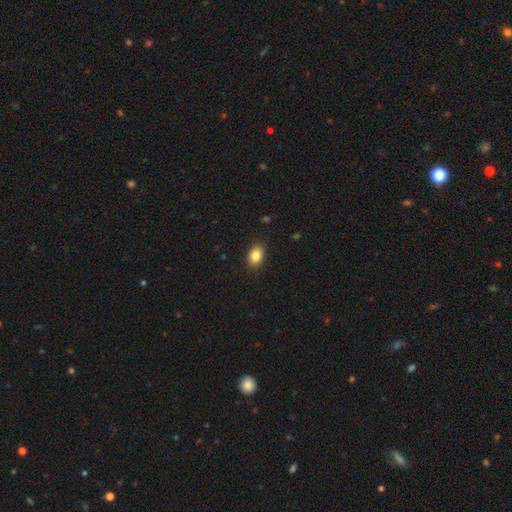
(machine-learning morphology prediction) Overall: smooth (85%). How rounded: in between (81%). Merging: none (89%).